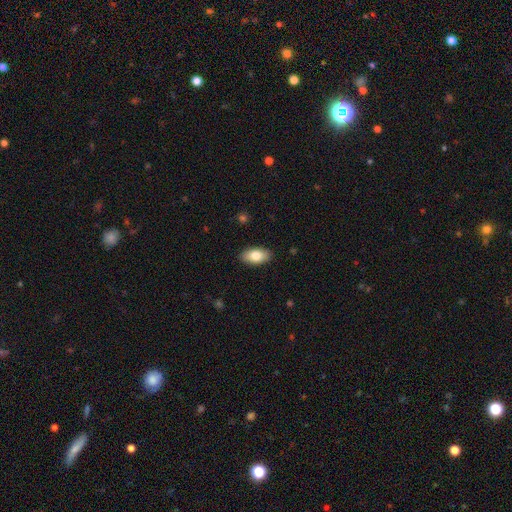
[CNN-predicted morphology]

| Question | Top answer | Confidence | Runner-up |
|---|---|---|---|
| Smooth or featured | smooth | 80% | featured or disk (13%) |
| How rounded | in between | 93% | round (4%) |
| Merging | none | 89% | minor disturbance (8%) |